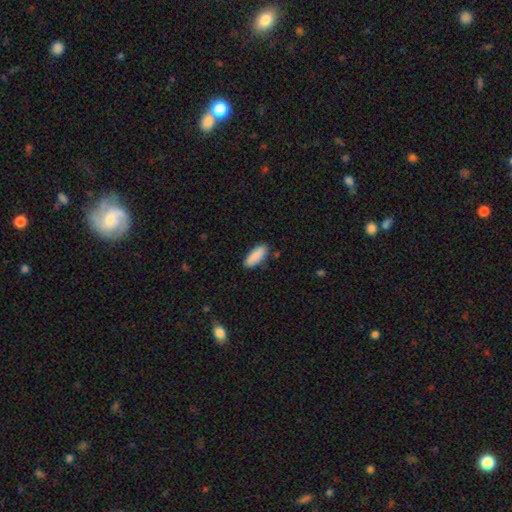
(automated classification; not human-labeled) Overall: smooth (89%). How rounded: in between (67%; cigar-shaped 31%). Merging: none (84%).